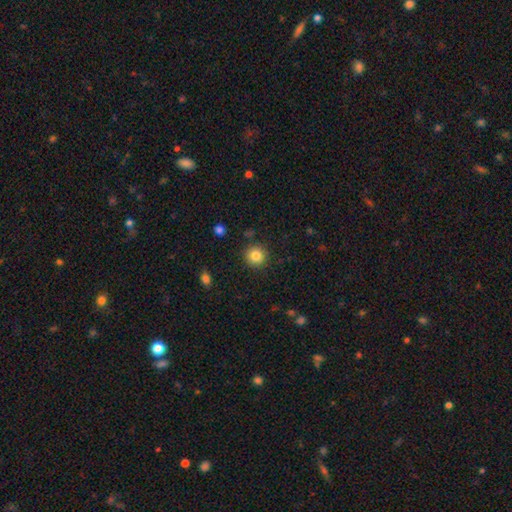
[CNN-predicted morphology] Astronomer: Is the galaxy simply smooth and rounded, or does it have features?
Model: smooth — 84%.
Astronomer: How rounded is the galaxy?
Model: round — 94%.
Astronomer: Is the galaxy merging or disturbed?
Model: none — 89%.